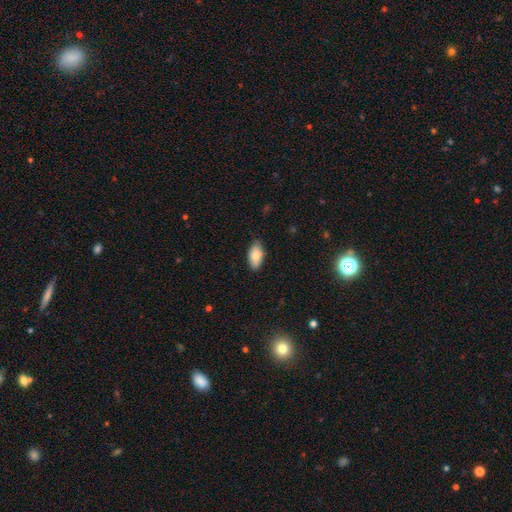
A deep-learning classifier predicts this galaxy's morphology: Smooth or featured? Predicted: smooth (p=0.80). How rounded? Predicted: in between (p=0.93). Merging? Predicted: none (p=0.81).